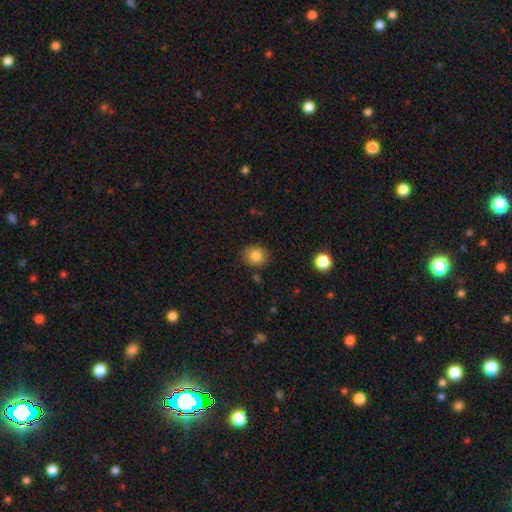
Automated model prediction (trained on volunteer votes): smooth-or-featured: smooth: 83% | star or artifact: 10% | featured or disk: 7%
  how-rounded: round: 70% | in between: 29% | cigar-shaped: 1%
  merging: none: 84% | minor disturbance: 11% | major disturbance: 3% | merger: 2%